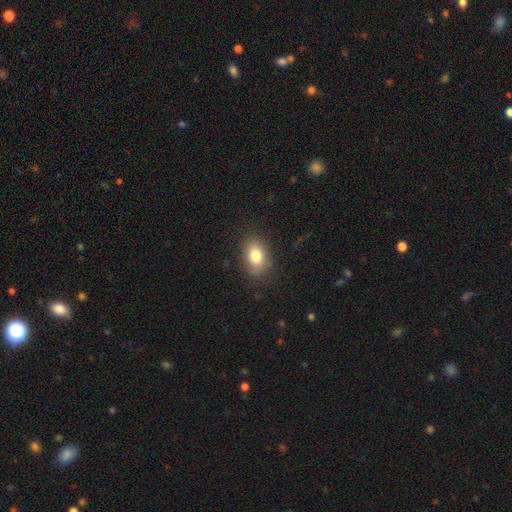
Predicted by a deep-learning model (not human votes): smooth 80%, featured or disk 10%, star or artifact 9%. Down the decision tree: how rounded — in between (80%); merging — none (81%).